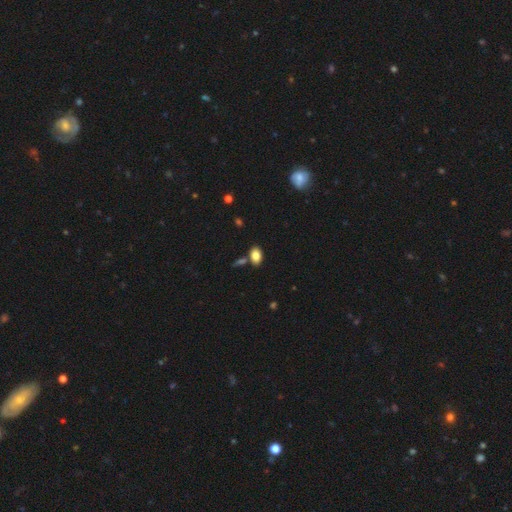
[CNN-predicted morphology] Smooth or featured?
  - smooth: 83% *
  - featured or disk: 8%
  - star or artifact: 8%
How rounded?
  - in between: 89% *
  - round: 9%
  - cigar-shaped: 2%
Merging?
  - none: 74% *
  - merger: 12%
  - minor disturbance: 11%
  - major disturbance: 3%